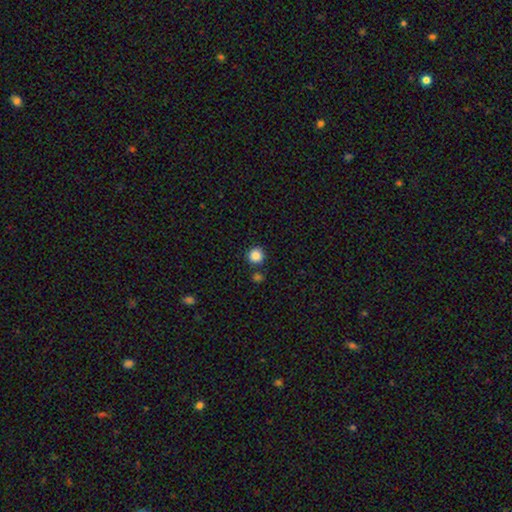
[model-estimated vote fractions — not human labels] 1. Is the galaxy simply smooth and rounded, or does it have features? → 86% smooth, 11% star or artifact, 3% featured or disk.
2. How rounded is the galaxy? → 95% round, 4% in between, 1% cigar-shaped.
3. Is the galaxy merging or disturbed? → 86% none, 6% minor disturbance, 6% merger, 2% major disturbance.